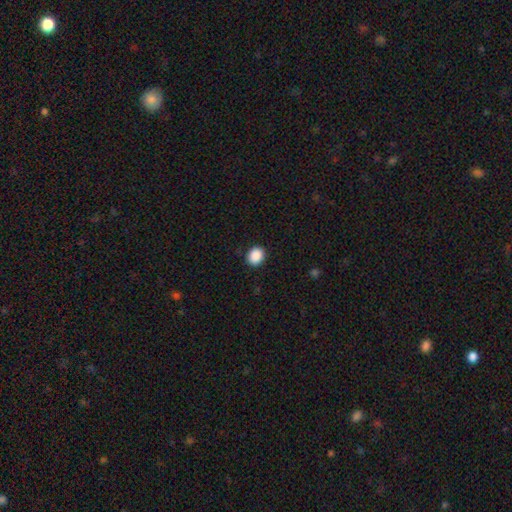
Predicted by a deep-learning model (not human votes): Overall: smooth (89%). How rounded: round (64%; in between 35%). Merging: none (90%).